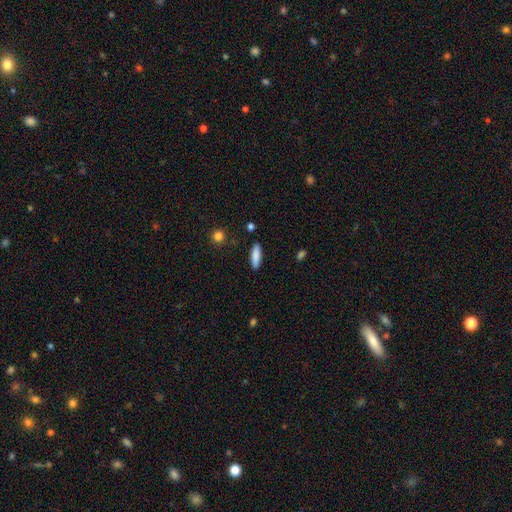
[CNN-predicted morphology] smooth-or-featured: smooth: 85% | featured or disk: 8% | star or artifact: 6%
  how-rounded: cigar-shaped: 61% | in between: 37% | round: 2%
  merging: none: 89% | minor disturbance: 8% | major disturbance: 2% | merger: 2%